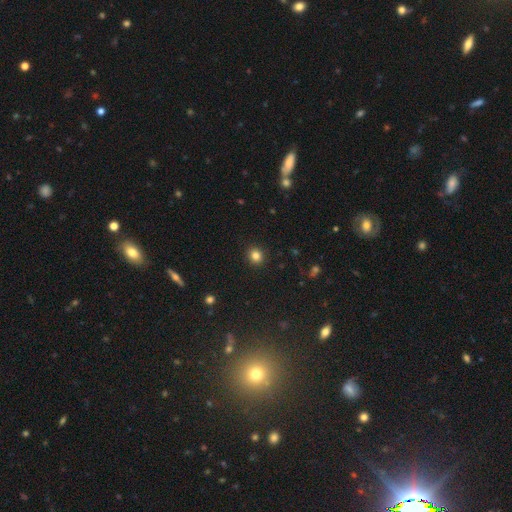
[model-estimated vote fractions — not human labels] The model was most divided on "how rounded": round: 85%, in between: 14%, cigar-shaped: 1%. More confident: merging — none (92%); smooth or featured — smooth (83%).